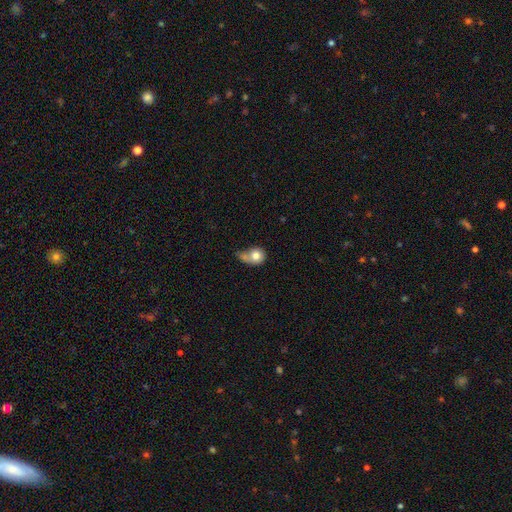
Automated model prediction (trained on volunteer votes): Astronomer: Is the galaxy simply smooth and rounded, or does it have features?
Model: smooth — 74%.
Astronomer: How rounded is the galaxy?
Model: round — 69%.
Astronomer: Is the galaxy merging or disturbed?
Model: major disturbance — 30% (runner-up: none, 26%).